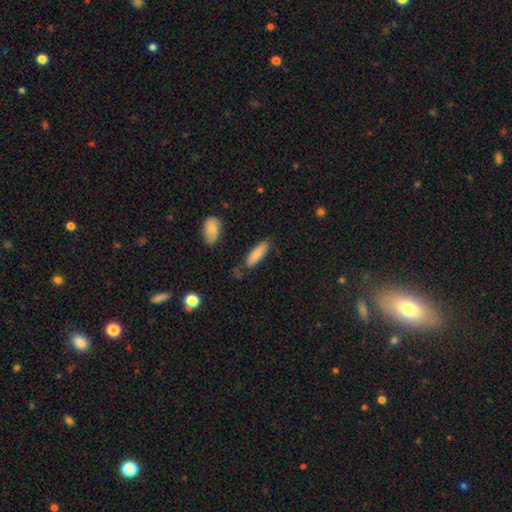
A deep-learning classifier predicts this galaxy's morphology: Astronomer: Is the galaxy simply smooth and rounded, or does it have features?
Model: smooth — 83%.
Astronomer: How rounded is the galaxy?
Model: cigar-shaped — 54% (runner-up: in between, 44%).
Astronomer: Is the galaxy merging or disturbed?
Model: none — 76%.